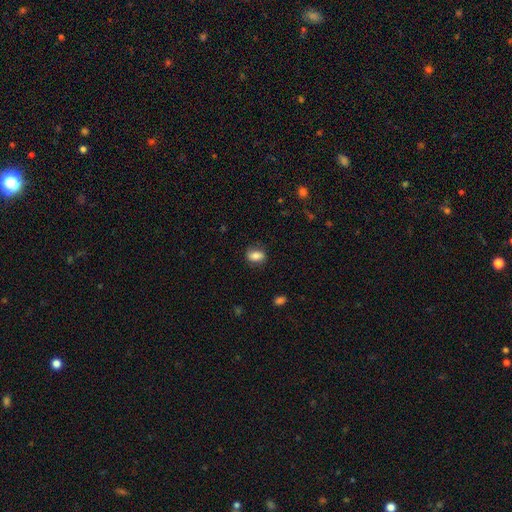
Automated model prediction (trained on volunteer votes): smooth_or_featured: smooth (p=0.80) [alt: featured or disk p=0.12]
how_rounded: in between (p=0.77) [alt: round p=0.21]
merging: none (p=0.80) [alt: minor disturbance p=0.14]